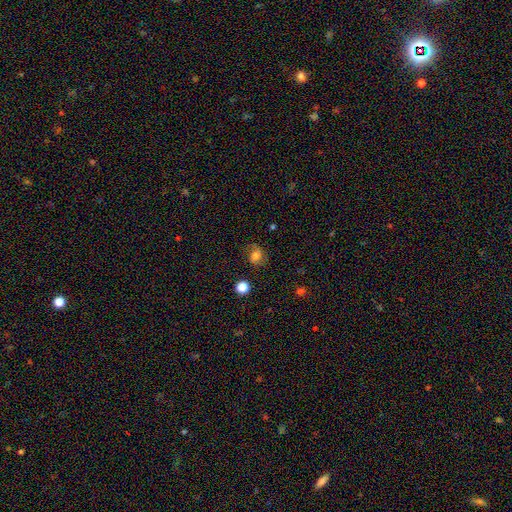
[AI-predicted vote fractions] smooth-or-featured: smooth: 59% | featured or disk: 26% | star or artifact: 14%
  how-rounded: round: 55% | in between: 43% | cigar-shaped: 1%
  merging: none: 68% | minor disturbance: 20% | major disturbance: 10% | merger: 2%